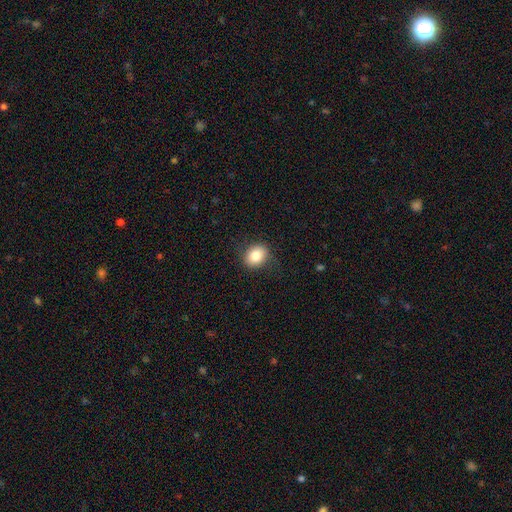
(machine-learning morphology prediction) This is clearly a smooth galaxy (83%). How rounded: possibly round (51%). Merging: clearly none (83%).